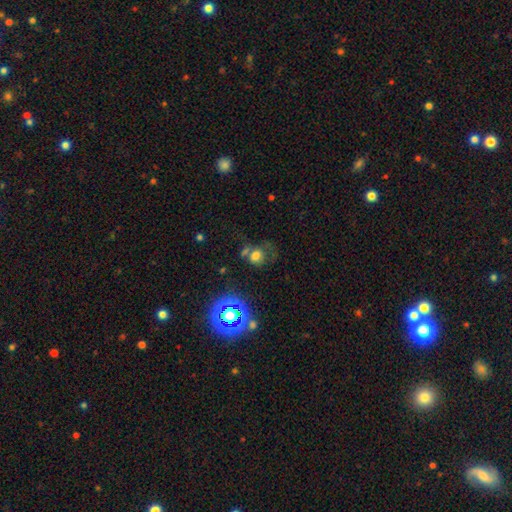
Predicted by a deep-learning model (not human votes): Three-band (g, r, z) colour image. It shows a smooth galaxy with no disk features (61%) that is round (65%). Merging: none (41%).